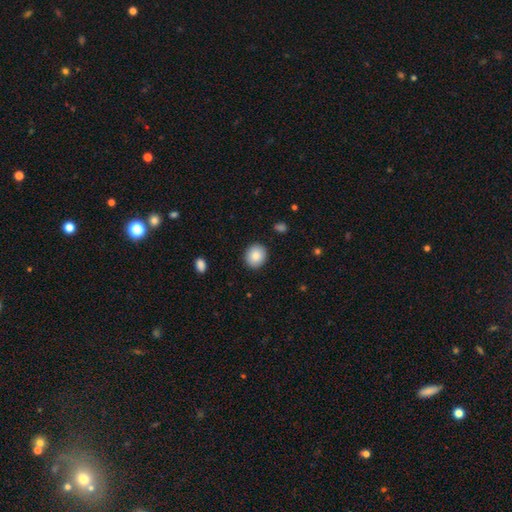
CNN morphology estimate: Smooth or featured?
  - smooth: 87% *
  - star or artifact: 8%
  - featured or disk: 6%
How rounded?
  - round: 70% *
  - in between: 30%
  - cigar-shaped: 1%
Merging?
  - none: 90% *
  - minor disturbance: 7%
  - major disturbance: 2%
  - merger: 1%